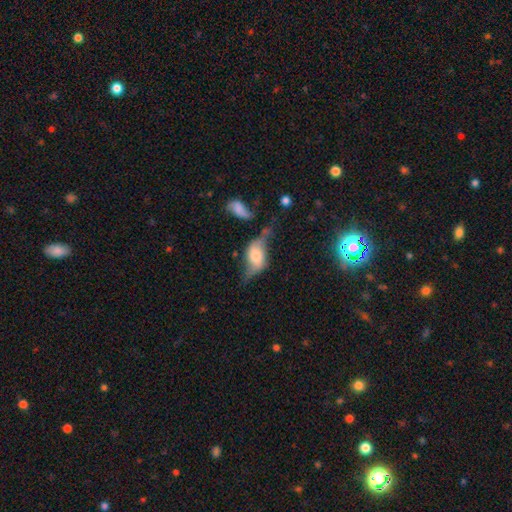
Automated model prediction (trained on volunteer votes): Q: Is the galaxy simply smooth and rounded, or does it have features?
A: featured or disk — 60%.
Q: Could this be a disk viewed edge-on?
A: no — 74%.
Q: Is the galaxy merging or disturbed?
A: none — 38%.